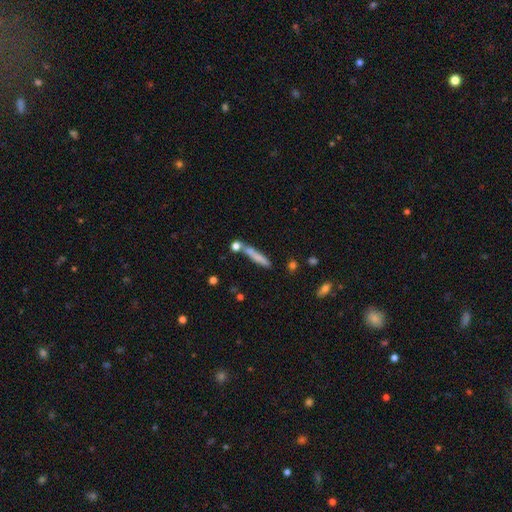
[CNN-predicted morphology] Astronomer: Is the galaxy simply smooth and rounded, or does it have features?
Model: smooth — 67%.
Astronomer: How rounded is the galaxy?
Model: cigar-shaped — 91%.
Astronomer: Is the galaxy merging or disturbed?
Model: none — 69%.